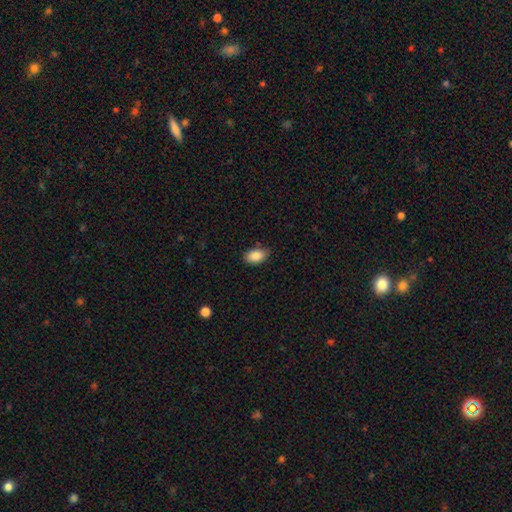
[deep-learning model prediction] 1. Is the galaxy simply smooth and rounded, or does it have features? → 88% smooth, 7% star or artifact, 5% featured or disk.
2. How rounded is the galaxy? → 91% in between, 8% round, 2% cigar-shaped.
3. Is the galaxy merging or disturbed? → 80% none, 16% minor disturbance, 3% major disturbance, 1% merger.